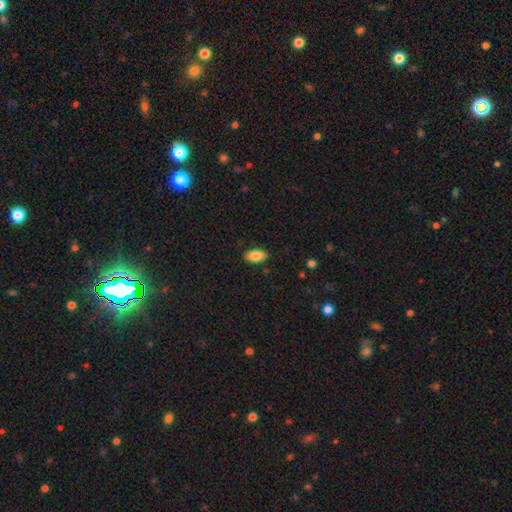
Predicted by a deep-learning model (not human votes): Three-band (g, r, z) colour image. It shows a smooth galaxy with no disk features (86%) that is in between round and cigar-shaped (94%). Merging: none (88%).